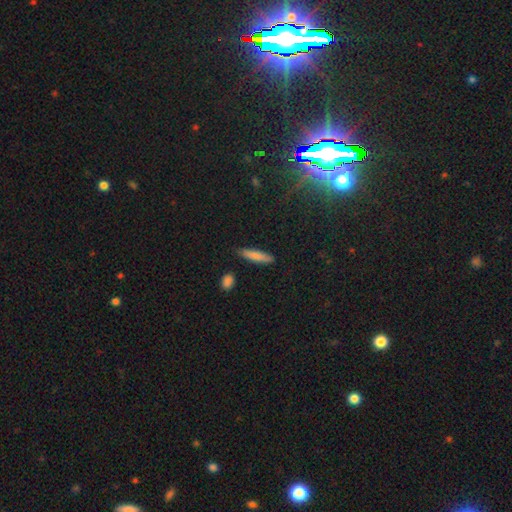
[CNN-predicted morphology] smooth 80%, featured or disk 14%, star or artifact 6%. Down the decision tree: how rounded — cigar-shaped (82%); merging — none (87%).